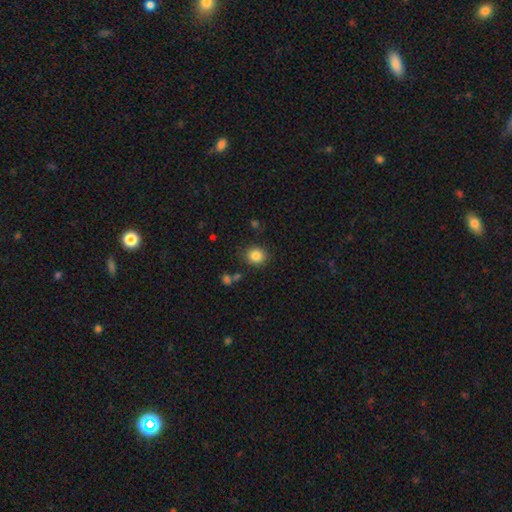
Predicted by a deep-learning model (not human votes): A smooth galaxy with no disk features (84%) that is round (77%). Merging: none (84%).